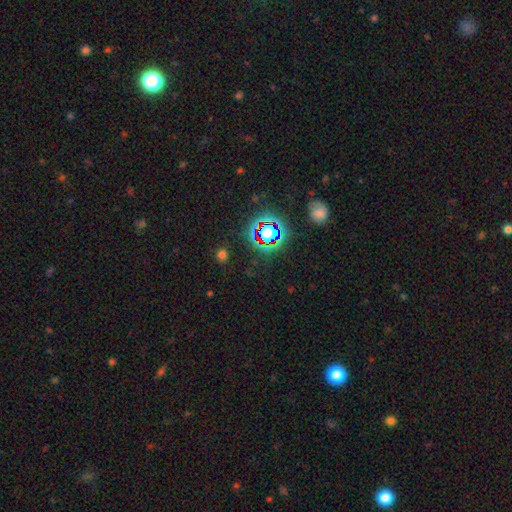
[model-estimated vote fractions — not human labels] A star or artifact, not a galaxy (73%).